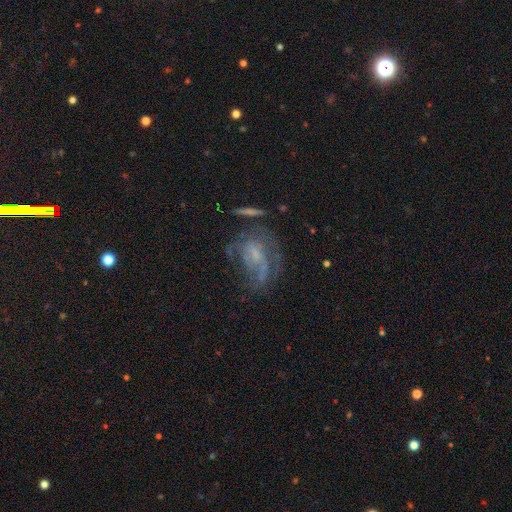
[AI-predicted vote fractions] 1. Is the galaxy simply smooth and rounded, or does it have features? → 66% featured or disk, 20% smooth, 14% star or artifact.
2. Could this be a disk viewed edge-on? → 96% no, 4% yes.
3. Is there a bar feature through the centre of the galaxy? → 63% no, 30% weak, 7% strong.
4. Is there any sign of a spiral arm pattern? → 64% yes, 36% no.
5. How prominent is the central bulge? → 48% small, 30% none, 18% moderate, 3% large, 1% dominant.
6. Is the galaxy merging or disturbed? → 38% none, 35% major disturbance, 18% minor disturbance, 9% merger.